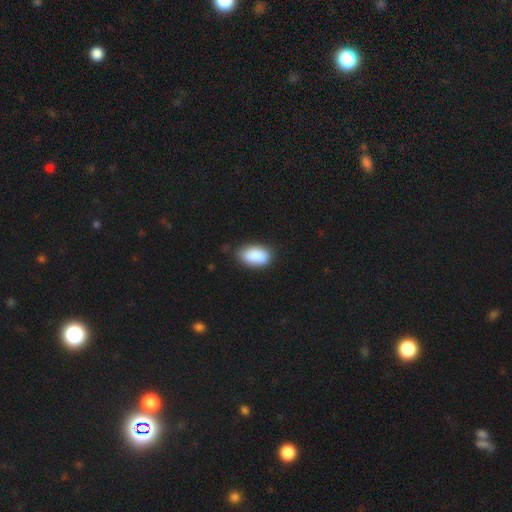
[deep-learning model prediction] Smooth or featured? Predicted: smooth (p=0.88). How rounded? Predicted: in between (p=0.93). Merging? Predicted: none (p=0.75).